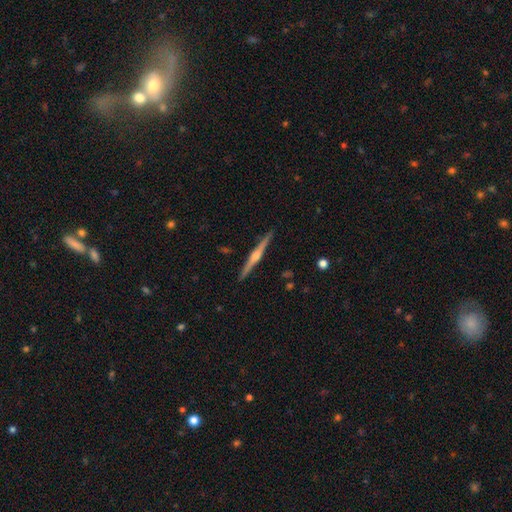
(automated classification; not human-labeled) smooth_or_featured: featured or disk (p=0.81) [alt: smooth p=0.14]
disk_edge_on: yes (p=0.99) [alt: no p=0.01]
edge_on_bulge: rounded (p=0.91) [alt: boxy p=0.04]
merging: none (p=0.92) [alt: minor disturbance p=0.06]